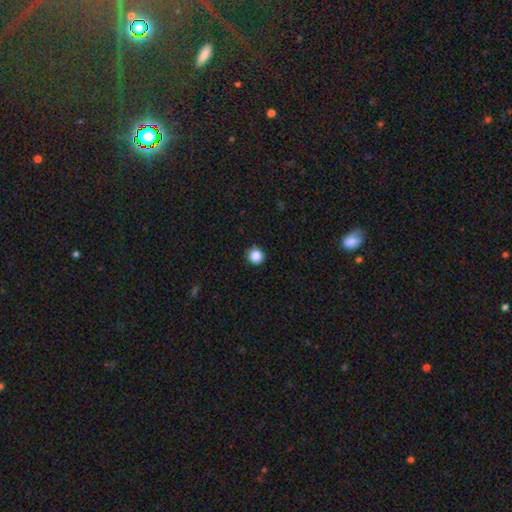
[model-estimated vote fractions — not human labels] Morphology: type=smooth (86%); roundness=round (94%); merging=none (92%).